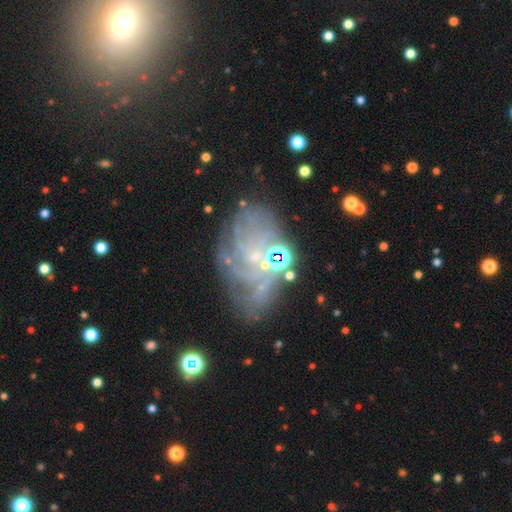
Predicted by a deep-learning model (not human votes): Overall: featured or disk (71%). Edge-on disk: no (97%). Bar: no (73%). Spiral arms: yes (79%). Spiral arm count: can't tell (47%; 4 12%). Spiral winding: tight (52%; medium 32%). Bulge size: small (66%). Merging: none (56%; minor disturbance 20%).